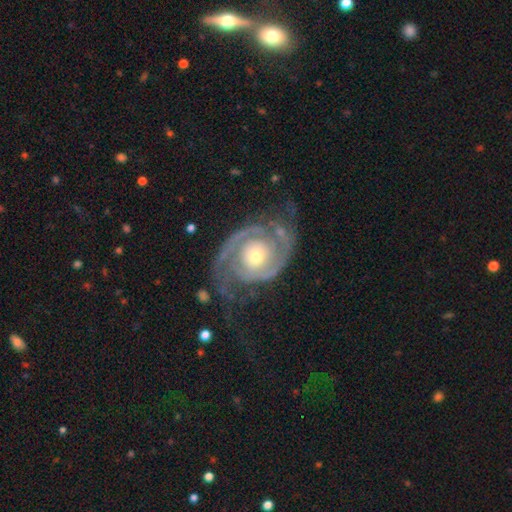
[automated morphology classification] smooth_or_featured: featured or disk (p=0.91) [alt: smooth p=0.05]
disk_edge_on: no (p=0.98) [alt: yes p=0.02]
bar: no (p=0.74) [alt: weak p=0.19]
has_spiral_arms: yes (p=0.97) [alt: no p=0.03]
spiral_winding: tight (p=0.56) [alt: medium p=0.35]
spiral_arm_count: 2 (p=0.85) [alt: can't tell p=0.05]
bulge_size: moderate (p=0.58) [alt: small p=0.35]
merging: none (p=0.66) [alt: minor disturbance p=0.18]